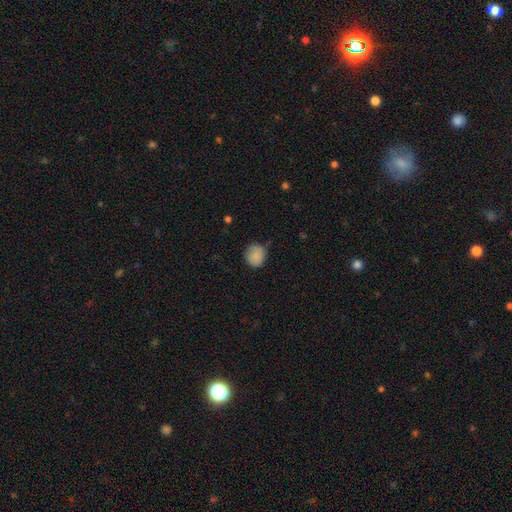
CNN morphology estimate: Q: Smooth or featured?
A: smooth (86%); runner-up: star or artifact (8%)
Q: How rounded?
A: round (77%); runner-up: in between (22%)
Q: Merging?
A: none (70%); runner-up: minor disturbance (25%)